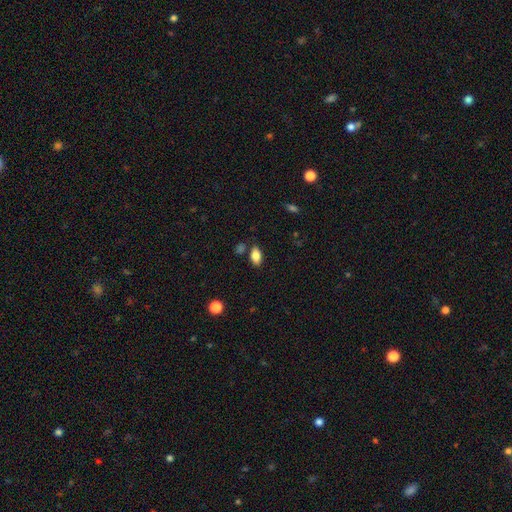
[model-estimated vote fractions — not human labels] Morphology: type=smooth (82%); roundness=in between (91%); merging=none (79%).